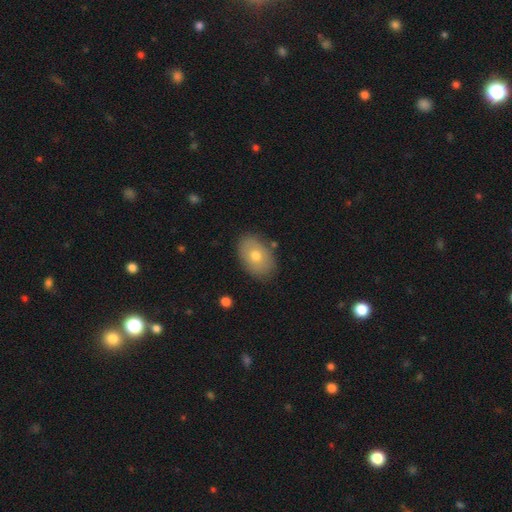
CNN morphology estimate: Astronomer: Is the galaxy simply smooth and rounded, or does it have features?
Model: smooth — 67%.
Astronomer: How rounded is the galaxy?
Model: in between — 84%.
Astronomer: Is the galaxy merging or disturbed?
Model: none — 84%.